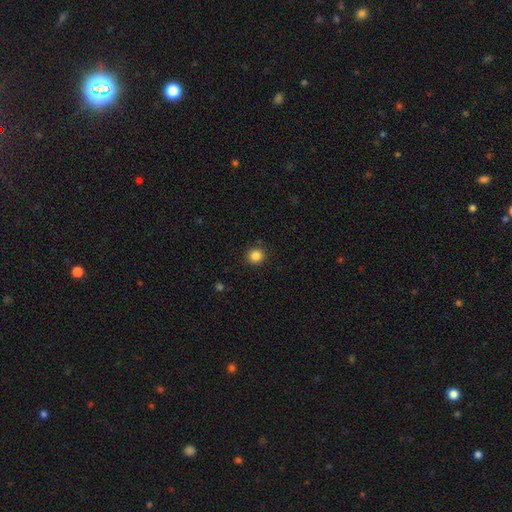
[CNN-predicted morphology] smooth_or_featured: smooth (p=0.85) [alt: star or artifact p=0.11]
how_rounded: round (p=0.91) [alt: in between p=0.08]
merging: none (p=0.91) [alt: minor disturbance p=0.06]